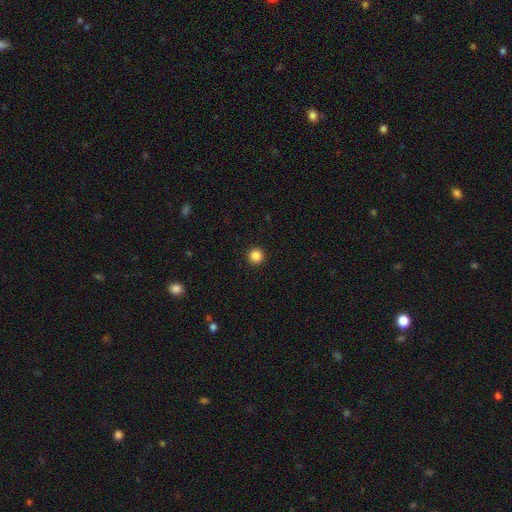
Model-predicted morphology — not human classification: Smooth or featured? Predicted: smooth (p=0.87). How rounded? Predicted: round (p=0.96). Merging? Predicted: none (p=0.94).